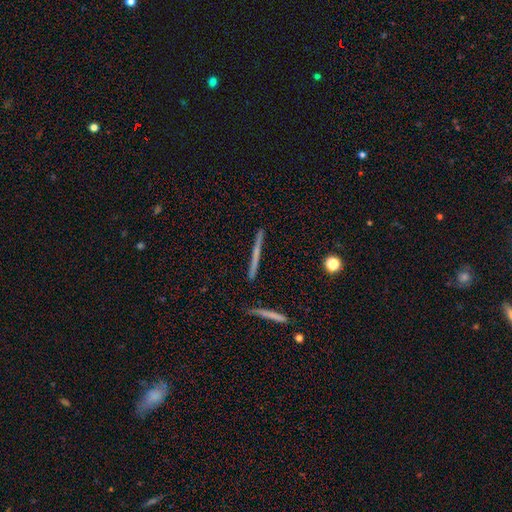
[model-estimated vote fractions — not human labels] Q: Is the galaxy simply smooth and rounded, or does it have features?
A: featured or disk — 55%.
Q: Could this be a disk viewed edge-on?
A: yes — 97%.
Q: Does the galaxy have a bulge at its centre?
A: none — 87%.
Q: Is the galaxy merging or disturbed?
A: none — 90%.